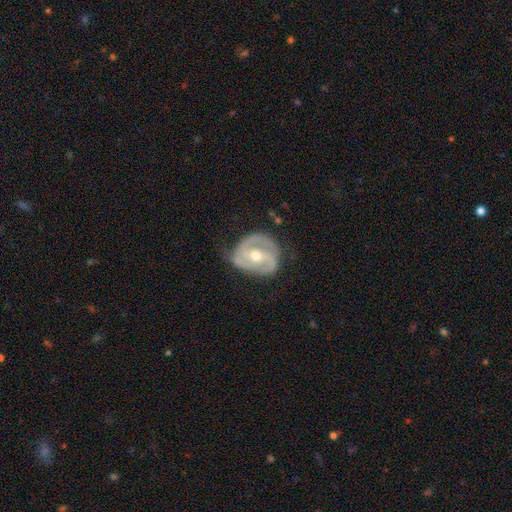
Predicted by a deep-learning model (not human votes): featured or disk 84%, smooth 11%, star or artifact 5%. Down the decision tree: edge-on disk — no (97%); bar — weak (38%); spiral arms — yes (90%); spiral arm count — 2 (69%); spiral winding — tight (47%); bulge size — moderate (60%); merging — none (62%).